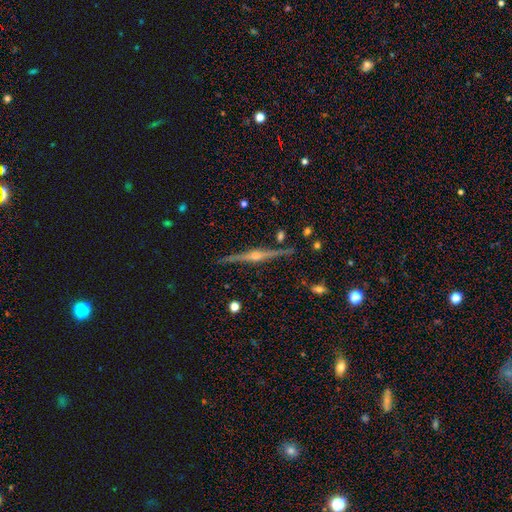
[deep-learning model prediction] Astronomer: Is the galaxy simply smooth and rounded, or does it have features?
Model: featured or disk — 87%.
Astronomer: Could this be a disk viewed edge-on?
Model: yes — 98%.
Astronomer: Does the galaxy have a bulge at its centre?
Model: rounded — 92%.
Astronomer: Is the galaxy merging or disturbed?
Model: none — 90%.